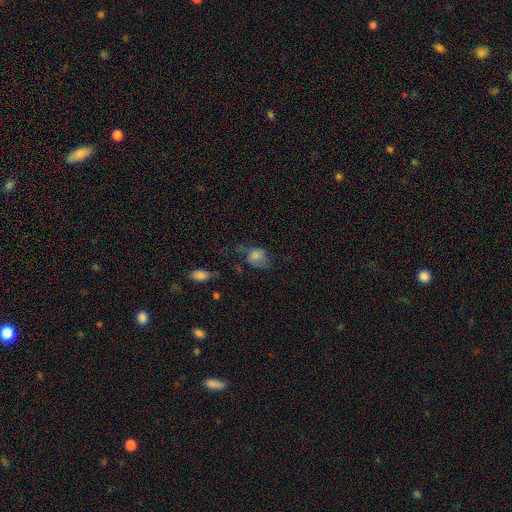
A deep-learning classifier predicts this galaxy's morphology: smooth 70%, featured or disk 18%, star or artifact 12%. Down the decision tree: how rounded — in between (50%); merging — none (35%).